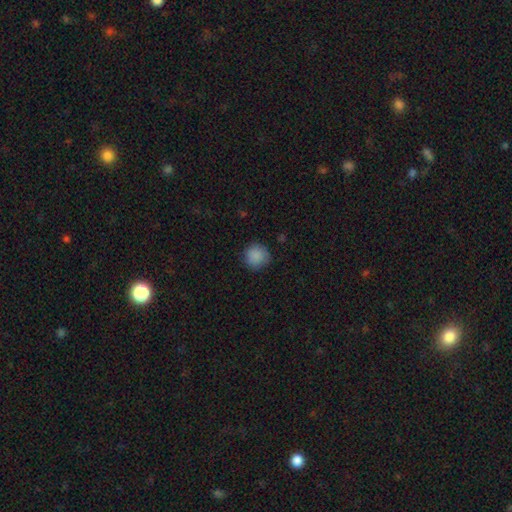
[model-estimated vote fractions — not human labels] Overall: smooth (88%). How rounded: round (93%). Merging: none (84%).